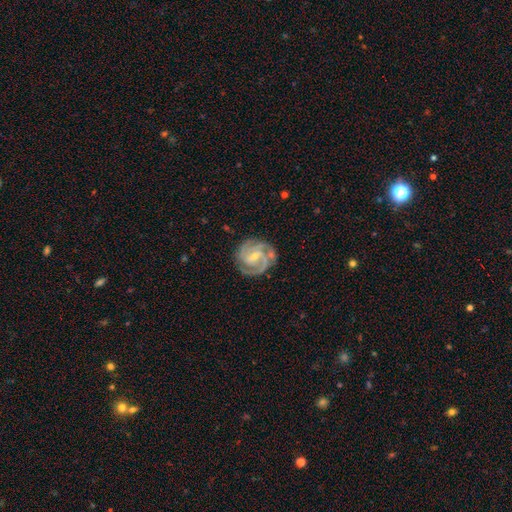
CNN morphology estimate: smooth_or_featured: featured or disk (p=0.91) [alt: smooth p=0.05]
disk_edge_on: no (p=0.98) [alt: yes p=0.02]
bar: weak (p=0.54) [alt: no p=0.24]
has_spiral_arms: yes (p=0.98) [alt: no p=0.02]
spiral_winding: tight (p=0.58) [alt: medium p=0.37]
spiral_arm_count: 3 (p=0.46) [alt: 2 p=0.27]
bulge_size: small (p=0.62) [alt: moderate p=0.33]
merging: none (p=0.78) [alt: minor disturbance p=0.15]